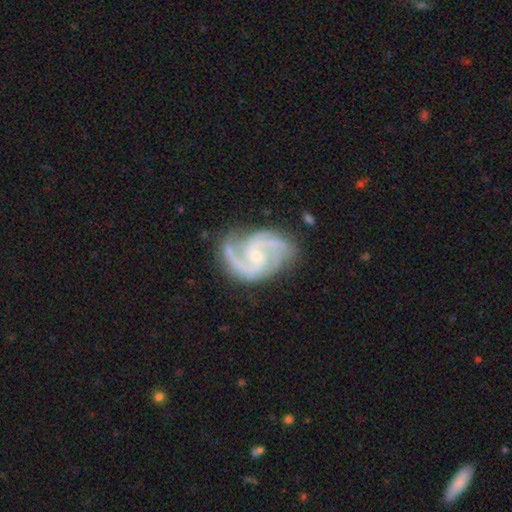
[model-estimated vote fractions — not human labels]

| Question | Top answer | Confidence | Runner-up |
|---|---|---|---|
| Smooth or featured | featured or disk | 93% | star or artifact (4%) |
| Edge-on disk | no | 98% | yes (2%) |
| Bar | no | 58% | weak (34%) |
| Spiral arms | yes | 99% | no (1%) |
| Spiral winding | medium | 56% | tight (35%) |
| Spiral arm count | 3 | 43% | 2 (42%) |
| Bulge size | small | 69% | moderate (27%) |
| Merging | none | 73% | minor disturbance (19%) |